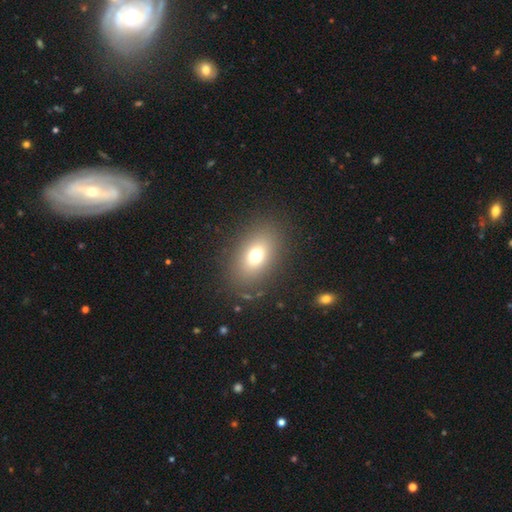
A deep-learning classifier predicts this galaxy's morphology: Smooth or featured: smooth — 71% (featured or disk — 15%)
How rounded: in between — 77% (round — 21%)
Merging: none — 86% (minor disturbance — 8%)